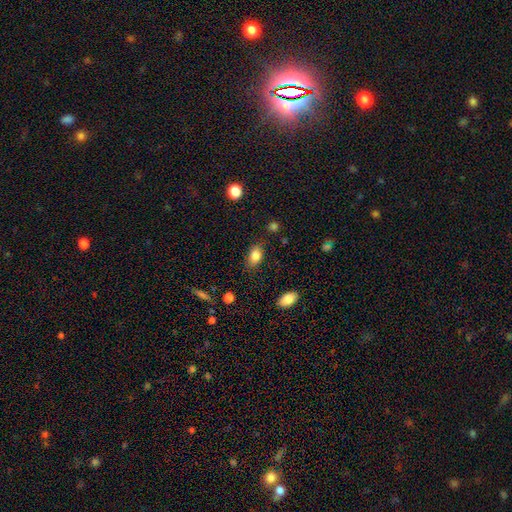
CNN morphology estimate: smooth-or-featured: smooth: 84% | star or artifact: 8% | featured or disk: 7%
  how-rounded: in between: 86% | round: 12% | cigar-shaped: 2%
  merging: none: 81% | minor disturbance: 14% | major disturbance: 3% | merger: 2%